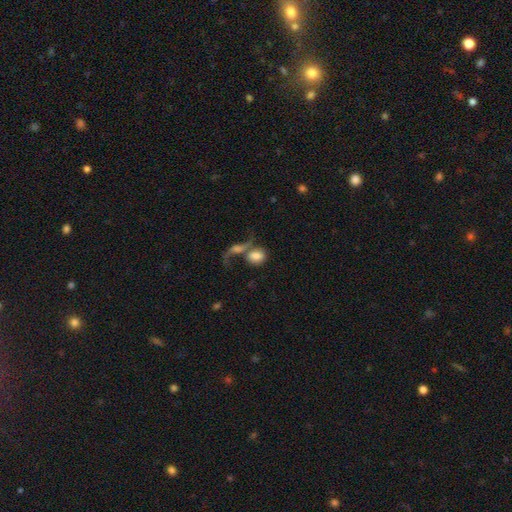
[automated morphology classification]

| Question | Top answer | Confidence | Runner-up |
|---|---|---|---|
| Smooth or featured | smooth | 69% | featured or disk (21%) |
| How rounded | in between | 65% | round (32%) |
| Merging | merger | 54% | none (22%) |